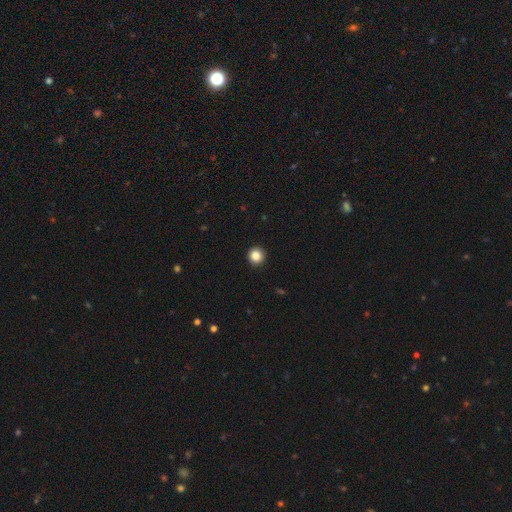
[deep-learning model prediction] Smooth or featured: smooth — 86% (star or artifact — 10%)
How rounded: round — 95% (in between — 4%)
Merging: none — 94% (minor disturbance — 4%)